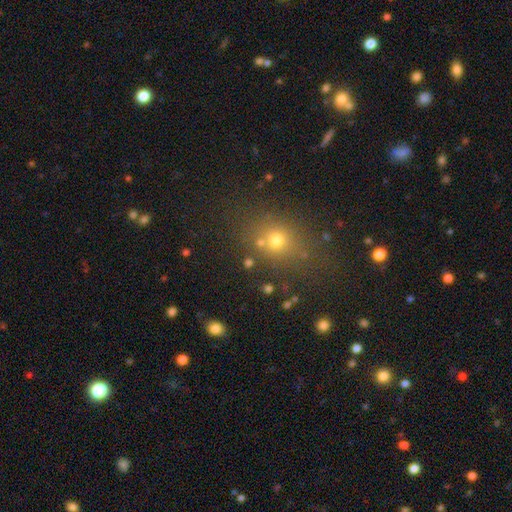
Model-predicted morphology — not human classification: This is possibly a smooth galaxy (55%). How rounded: possibly round (56%). Merging: clearly none (83%).